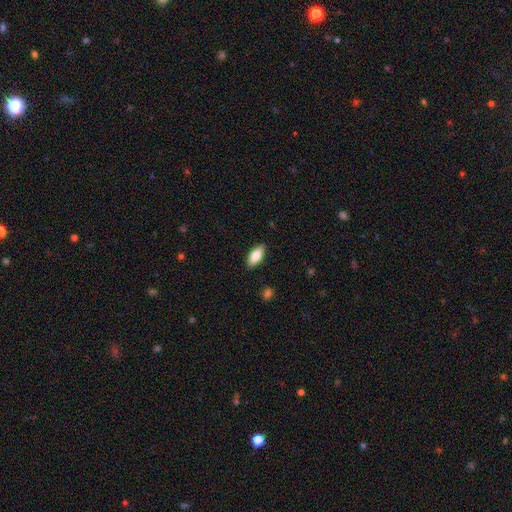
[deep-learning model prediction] smooth-or-featured: smooth: 76% | featured or disk: 18% | star or artifact: 6%
  how-rounded: in between: 85% | cigar-shaped: 13% | round: 2%
  merging: none: 89% | minor disturbance: 9% | major disturbance: 2% | merger: 1%